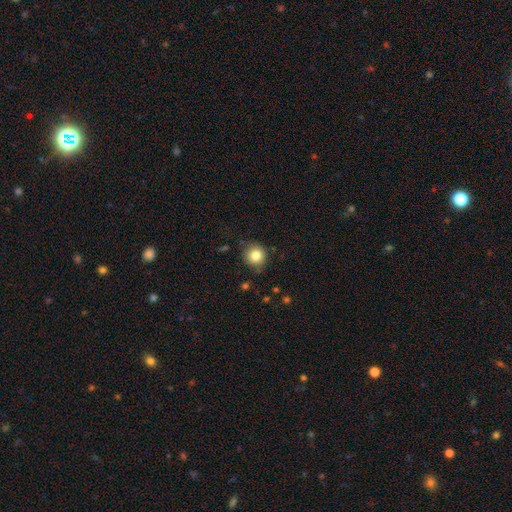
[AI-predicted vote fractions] Q: Smooth or featured?
A: smooth (83%); runner-up: star or artifact (10%)
Q: How rounded?
A: round (91%); runner-up: in between (8%)
Q: Merging?
A: none (83%); runner-up: minor disturbance (12%)